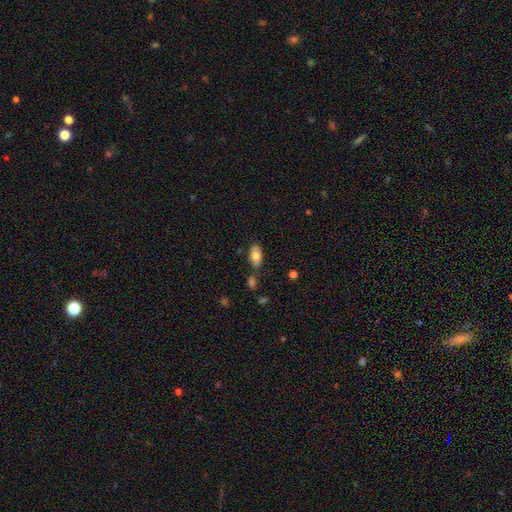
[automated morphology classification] The model was most divided on "merging": none: 74%, minor disturbance: 15%, merger: 8%, major disturbance: 3%. More confident: how rounded — in between (92%); smooth or featured — smooth (78%).